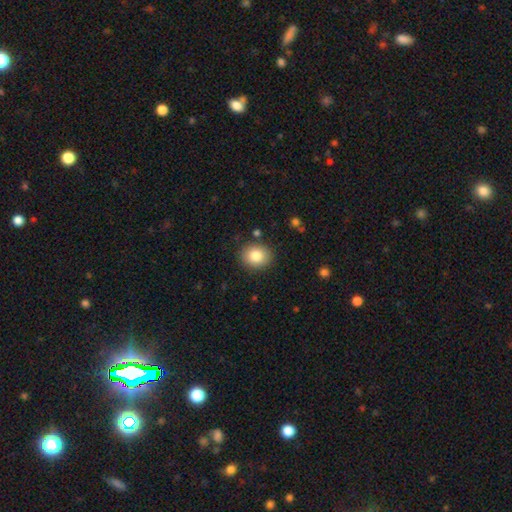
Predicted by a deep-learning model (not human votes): Smooth or featured: smooth — 82% (star or artifact — 9%)
How rounded: round — 67% (in between — 32%)
Merging: none — 88% (minor disturbance — 8%)